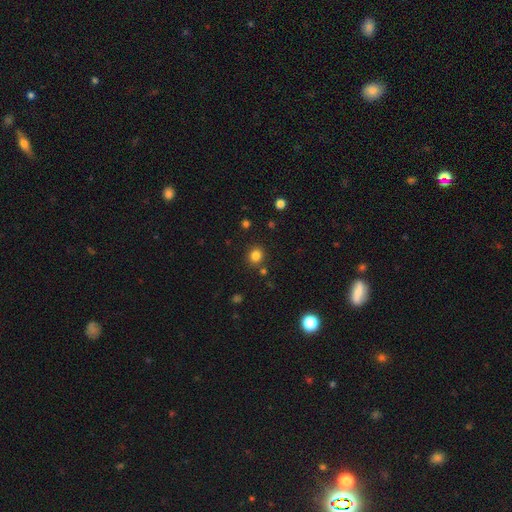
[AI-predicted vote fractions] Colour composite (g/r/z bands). It shows a smooth galaxy with no disk features (82%) that is round (83%). Merging: none (85%).